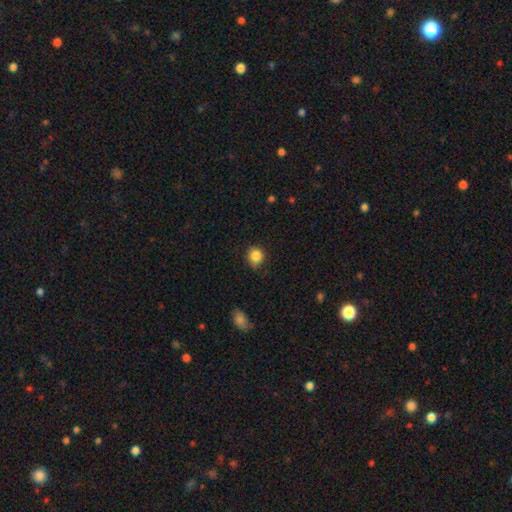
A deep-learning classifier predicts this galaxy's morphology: Smooth or featured? Predicted: smooth (p=0.85). How rounded? Predicted: round (p=0.85). Merging? Predicted: none (p=0.74).